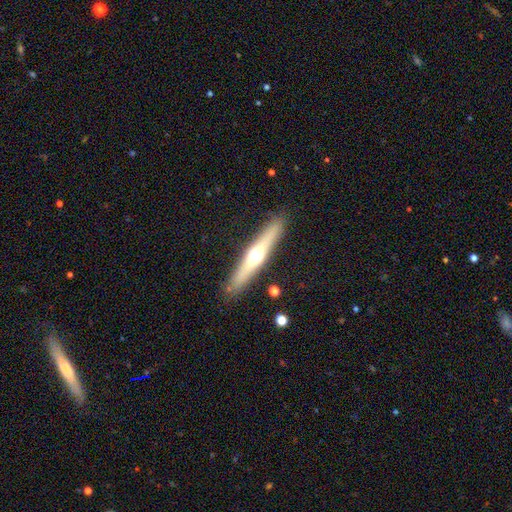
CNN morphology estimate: smooth_or_featured: featured or disk (p=0.58) [alt: smooth p=0.36]
disk_edge_on: yes (p=0.93) [alt: no p=0.07]
edge_on_bulge: rounded (p=0.90) [alt: none p=0.06]
merging: none (p=0.88) [alt: minor disturbance p=0.08]